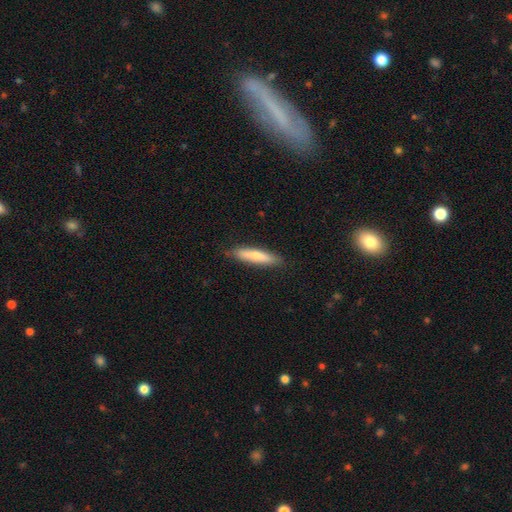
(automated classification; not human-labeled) A smooth galaxy with no disk features (70%) that is cigar-shaped (81%). Merging: none (85%).